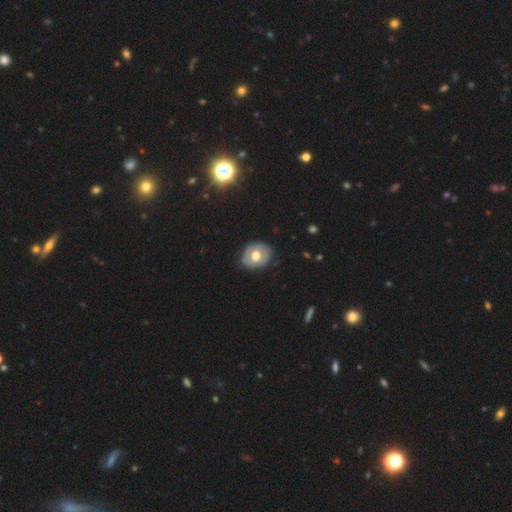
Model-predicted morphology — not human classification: A smooth galaxy with no disk features (50%). Merging: none (80%).